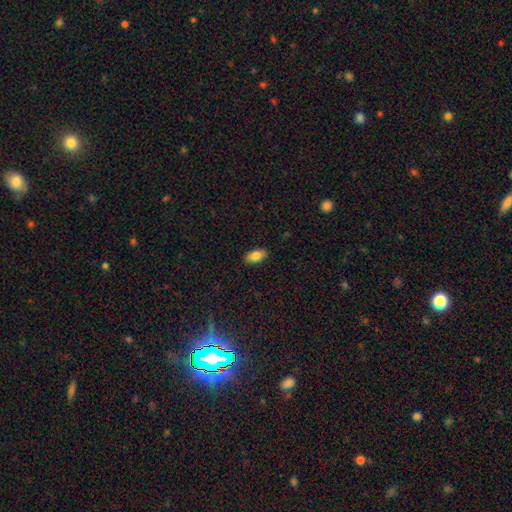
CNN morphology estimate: type=smooth (84%); roundness=in between (92%); merging=none (88%).